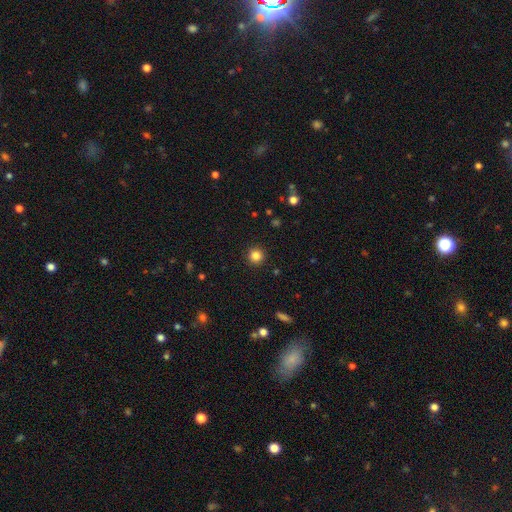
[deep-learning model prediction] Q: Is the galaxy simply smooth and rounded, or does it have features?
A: smooth — 84%.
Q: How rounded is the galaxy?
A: round — 95%.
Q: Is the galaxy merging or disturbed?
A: none — 93%.